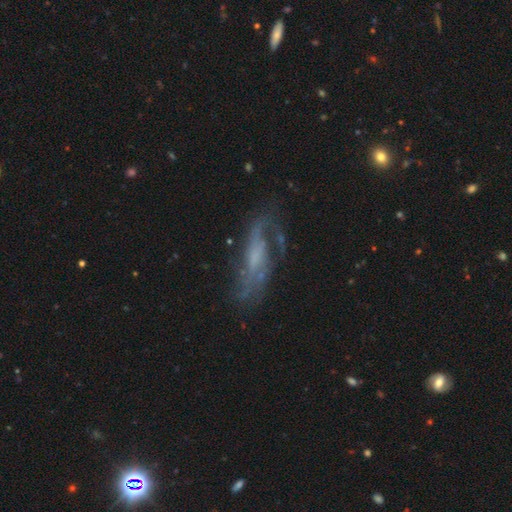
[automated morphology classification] A featured or disk galaxy (74%) with no bar (51%), 2 (49%) loose (40%) spiral arms (83%) and no central bulge (38%). Merging: none (55%).